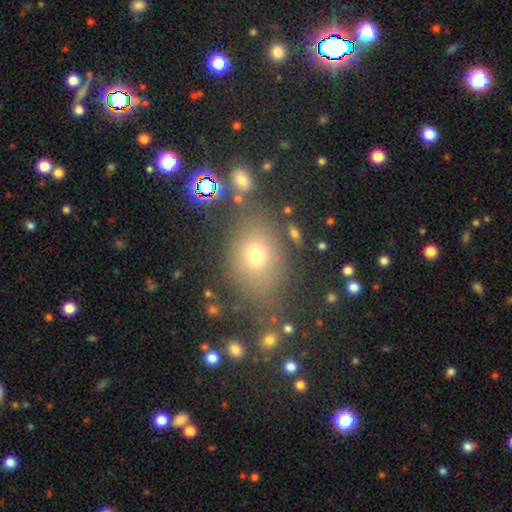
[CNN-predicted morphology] A smooth galaxy with no disk features (63%) that is in between round and cigar-shaped (58%). Merging: none (73%).